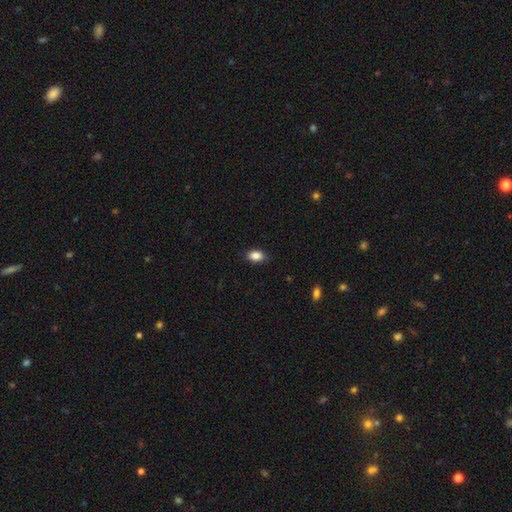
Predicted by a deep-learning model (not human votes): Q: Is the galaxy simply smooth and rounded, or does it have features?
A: smooth — 87%.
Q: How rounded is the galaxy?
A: in between — 84%.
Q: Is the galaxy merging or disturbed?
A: none — 85%.